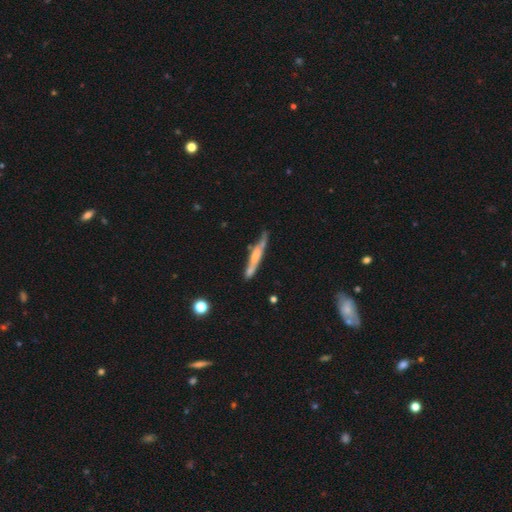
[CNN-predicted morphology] A featured or disk galaxy (52%) viewed edge-on (88%). Merging: none (60%).